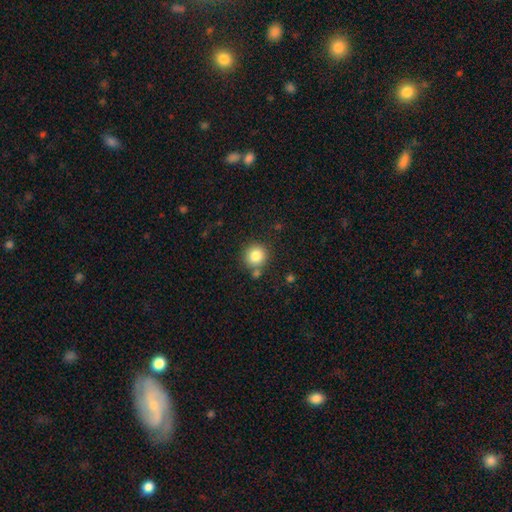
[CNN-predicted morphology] A smooth galaxy with no disk features (83%) that is round (91%).

Vote fractions:
- Smooth or featured? smooth: 83% / star or artifact: 10% / featured or disk: 7%
- How rounded? round: 91% / in between: 8% / cigar-shaped: 1%
- Merging? none: 79% / minor disturbance: 10% / merger: 8% / major disturbance: 3%